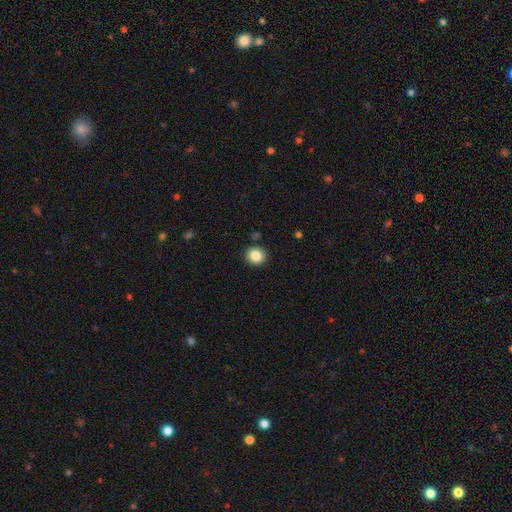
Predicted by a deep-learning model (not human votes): Morphology: type=smooth (85%); roundness=round (88%); merging=none (90%).